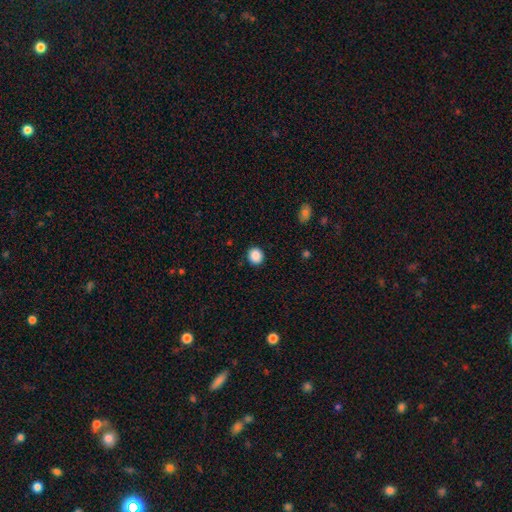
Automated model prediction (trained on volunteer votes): Smooth or featured? smooth (88%)
How rounded? round (88%)
Merging? none (91%)